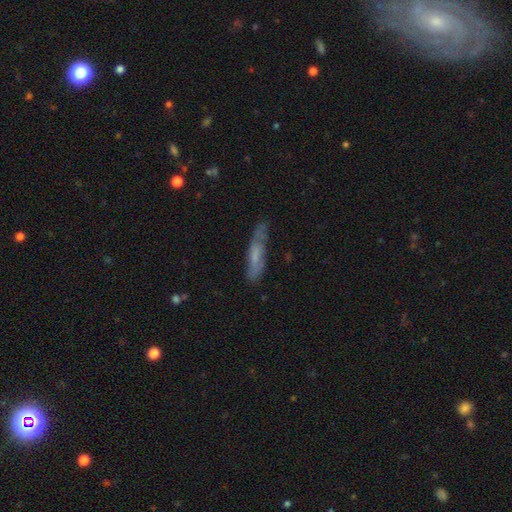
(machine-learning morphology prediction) smooth-or-featured: smooth: 48% | featured or disk: 43% | star or artifact: 8%
  merging: none: 64% | minor disturbance: 25% | major disturbance: 9% | merger: 3%